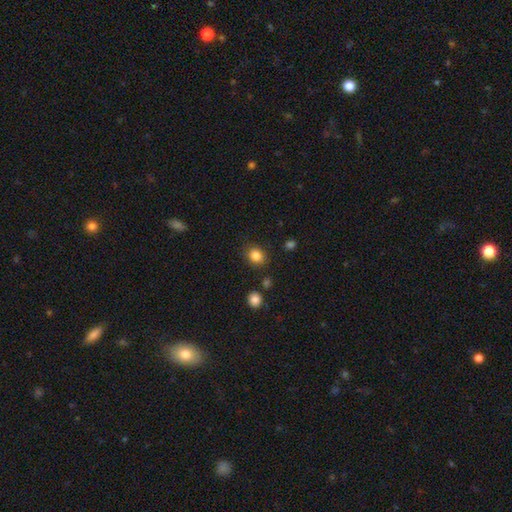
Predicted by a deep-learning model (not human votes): smooth_or_featured: smooth (p=0.85) [alt: star or artifact p=0.11]
how_rounded: round (p=0.63) [alt: in between p=0.36]
merging: none (p=0.85) [alt: minor disturbance p=0.09]